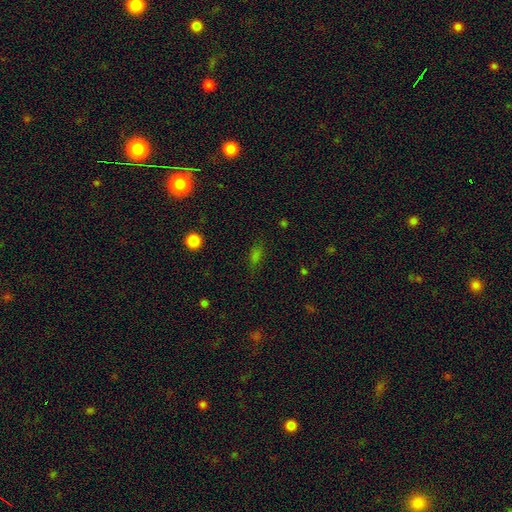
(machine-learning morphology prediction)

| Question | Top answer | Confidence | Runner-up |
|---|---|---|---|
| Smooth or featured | smooth | 57% | star or artifact (33%) |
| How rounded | in between | 69% | round (19%) |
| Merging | none | 75% | minor disturbance (15%) |